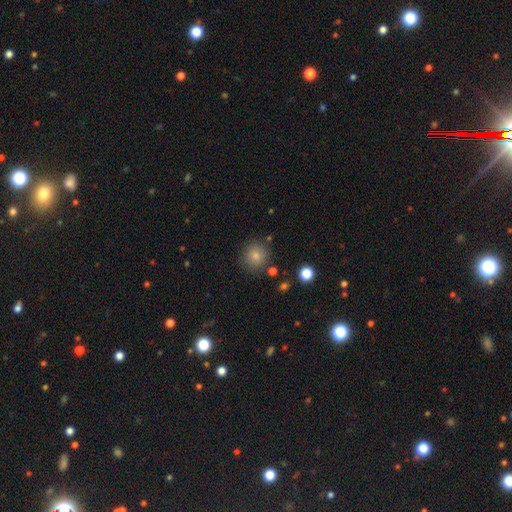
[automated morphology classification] smooth-or-featured: smooth: 81% | star or artifact: 11% | featured or disk: 7%
  how-rounded: round: 91% | in between: 8% | cigar-shaped: 1%
  merging: none: 85% | minor disturbance: 9% | merger: 4% | major disturbance: 3%